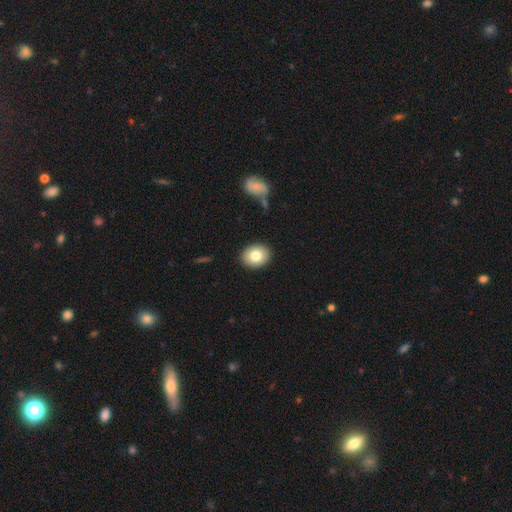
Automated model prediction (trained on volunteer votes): Smooth or featured?
  - smooth: 81% *
  - featured or disk: 11%
  - star or artifact: 8%
How rounded?
  - in between: 50% *
  - round: 49%
  - cigar-shaped: 1%
Merging?
  - none: 89% *
  - minor disturbance: 8%
  - major disturbance: 2%
  - merger: 1%